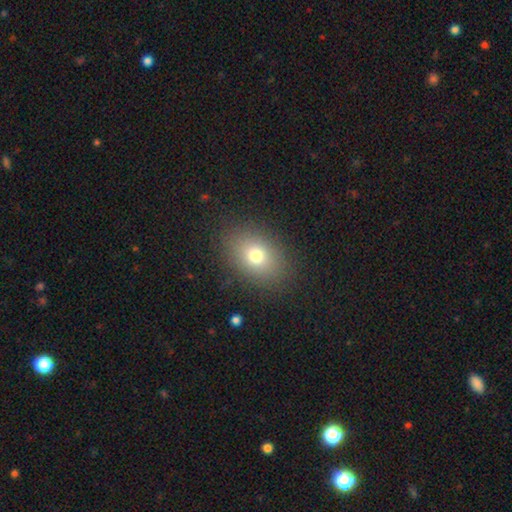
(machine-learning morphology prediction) A smooth galaxy with no disk features (75%) that is in between round and cigar-shaped (70%). Merging: none (86%).